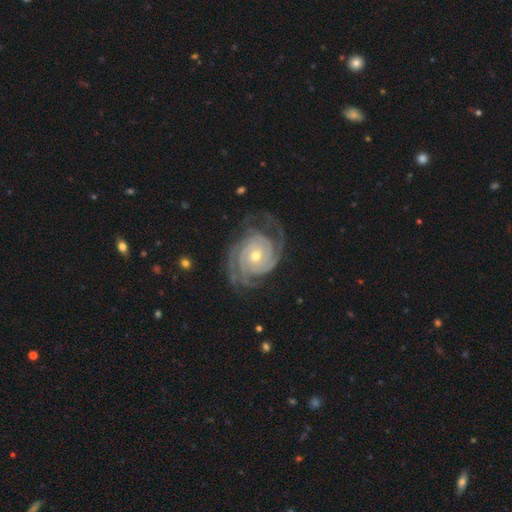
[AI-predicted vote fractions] The model was most divided on "spiral arm count": 3: 28%, 2: 26%, can't tell: 16%, 4: 16%, more than 4: 8%, 1: 7%. Remaining: spiral arms — yes (98%); edge-on disk — no (98%); smooth or featured — featured or disk (92%); spiral winding — tight (75%); bar — no (72%); merging — none (71%); bulge size — moderate (49%).